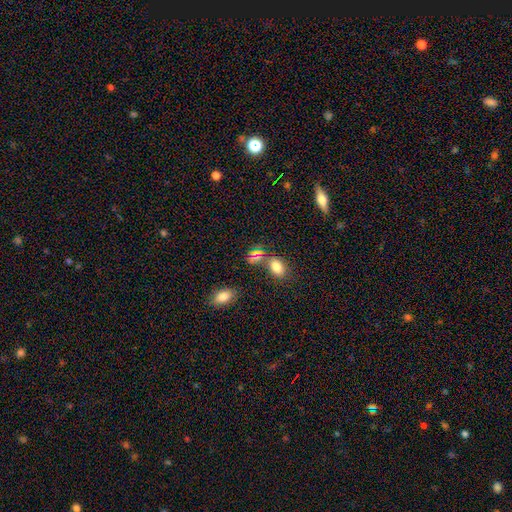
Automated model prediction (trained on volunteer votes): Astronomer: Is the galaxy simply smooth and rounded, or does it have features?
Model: smooth — 74%.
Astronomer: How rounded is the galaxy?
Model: in between — 73%.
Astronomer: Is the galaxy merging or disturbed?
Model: none — 62%.